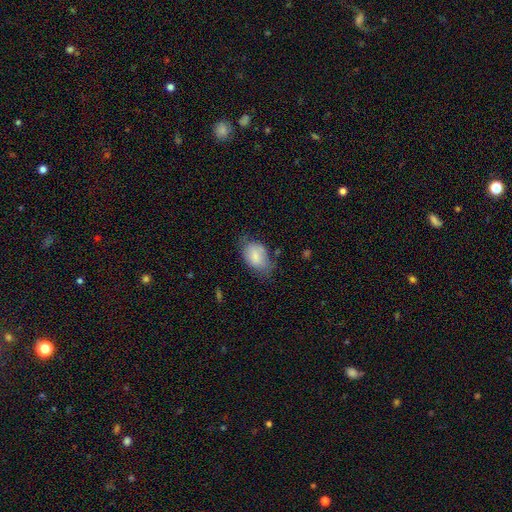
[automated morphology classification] Smooth or featured: smooth — 77% (featured or disk — 16%)
How rounded: in between — 86% (round — 12%)
Merging: none — 51% (minor disturbance — 35%)